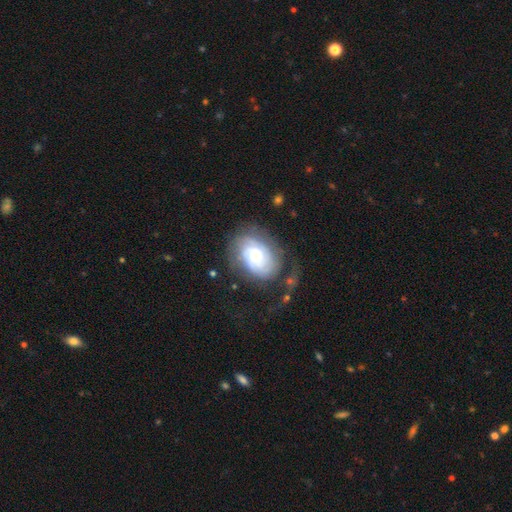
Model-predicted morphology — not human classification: Q: Smooth or featured?
A: featured or disk (74%); runner-up: smooth (20%)
Q: Edge-on disk?
A: no (97%); runner-up: yes (3%)
Q: Bar?
A: no (78%); runner-up: weak (18%)
Q: Spiral arms?
A: yes (90%); runner-up: no (10%)
Q: Spiral winding?
A: tight (67%); runner-up: medium (24%)
Q: Spiral arm count?
A: can't tell (45%); runner-up: 2 (24%)
Q: Bulge size?
A: moderate (49%); runner-up: small (44%)
Q: Merging?
A: none (61%); runner-up: minor disturbance (20%)